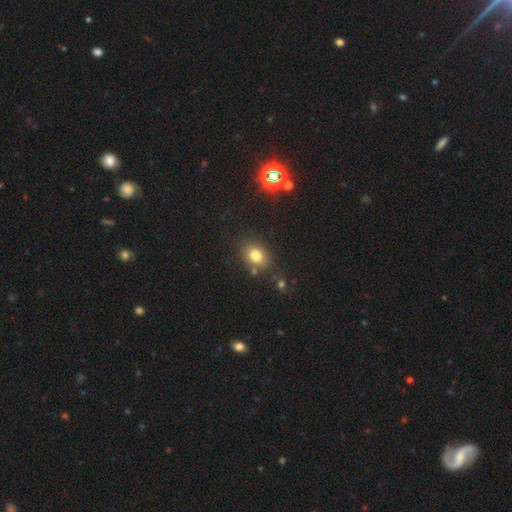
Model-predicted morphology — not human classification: Smooth or featured? smooth (78%)
How rounded? in between (59%)
Merging? none (76%)